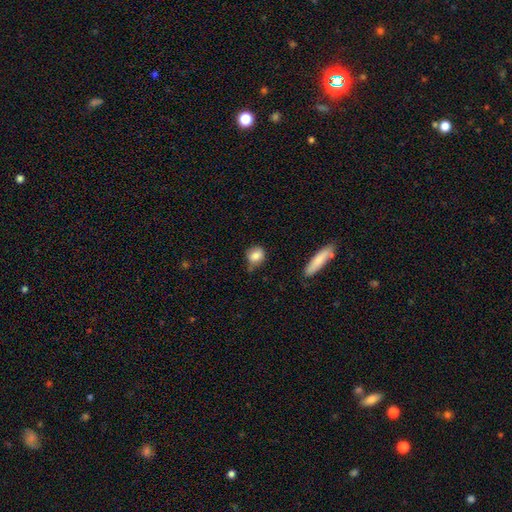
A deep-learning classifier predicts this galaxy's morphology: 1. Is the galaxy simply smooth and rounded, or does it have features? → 83% smooth, 9% featured or disk, 8% star or artifact.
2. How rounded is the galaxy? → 67% round, 31% in between, 2% cigar-shaped.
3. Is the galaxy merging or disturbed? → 53% none, 34% minor disturbance, 8% major disturbance, 5% merger.